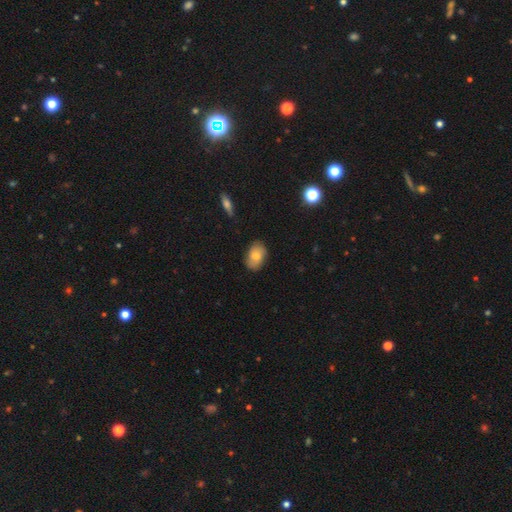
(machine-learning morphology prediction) Smooth or featured: smooth — 76% (featured or disk — 17%)
How rounded: in between — 89% (round — 9%)
Merging: none — 83% (minor disturbance — 14%)